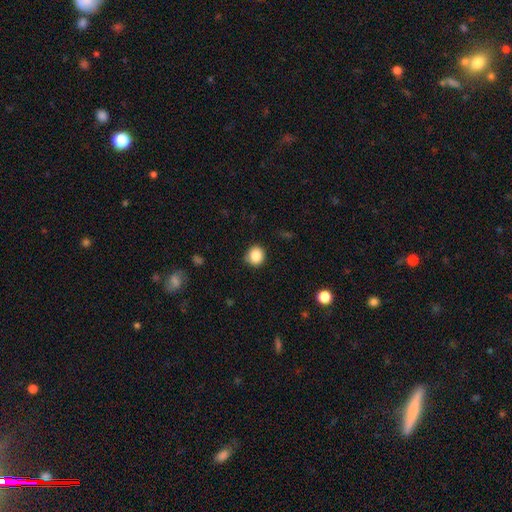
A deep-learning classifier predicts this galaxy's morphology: smooth-or-featured: smooth: 86% | star or artifact: 10% | featured or disk: 4%
  how-rounded: round: 87% | in between: 12% | cigar-shaped: 1%
  merging: none: 87% | minor disturbance: 10% | major disturbance: 2% | merger: 1%